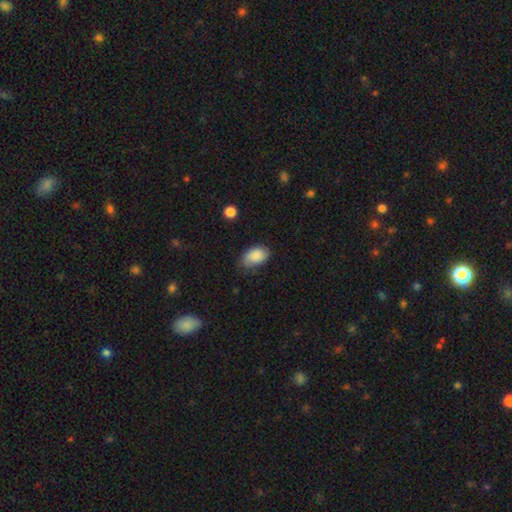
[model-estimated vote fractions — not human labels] Smooth or featured: smooth — 84% (featured or disk — 9%)
How rounded: in between — 90% (round — 8%)
Merging: none — 60% (minor disturbance — 31%)